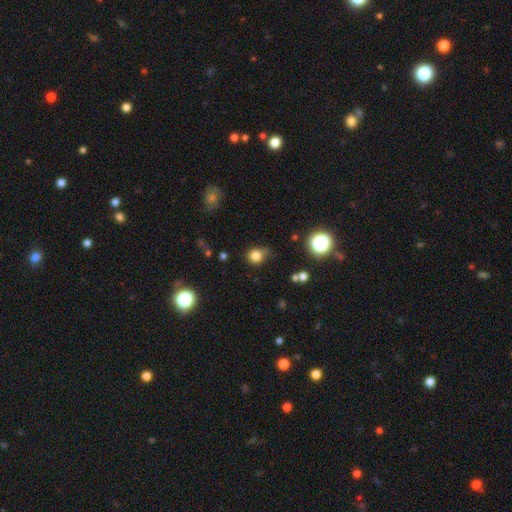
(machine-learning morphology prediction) Smooth or featured?
  - smooth: 80% *
  - star or artifact: 14%
  - featured or disk: 6%
How rounded?
  - round: 82% *
  - in between: 17%
  - cigar-shaped: 1%
Merging?
  - none: 62% *
  - minor disturbance: 26%
  - major disturbance: 7%
  - merger: 4%